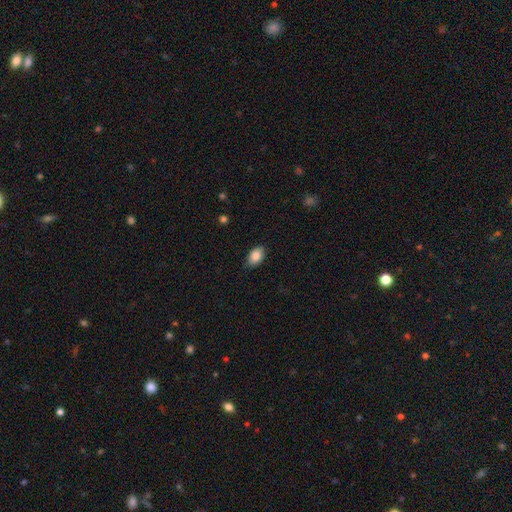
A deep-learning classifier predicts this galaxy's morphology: Smooth or featured? smooth (85%)
How rounded? in between (87%)
Merging? none (82%)